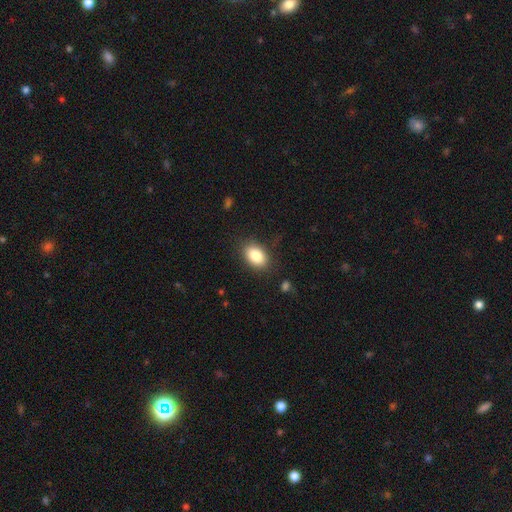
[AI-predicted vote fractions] Smooth or featured: smooth — 84% (star or artifact — 8%)
How rounded: in between — 84% (round — 15%)
Merging: none — 85% (minor disturbance — 11%)